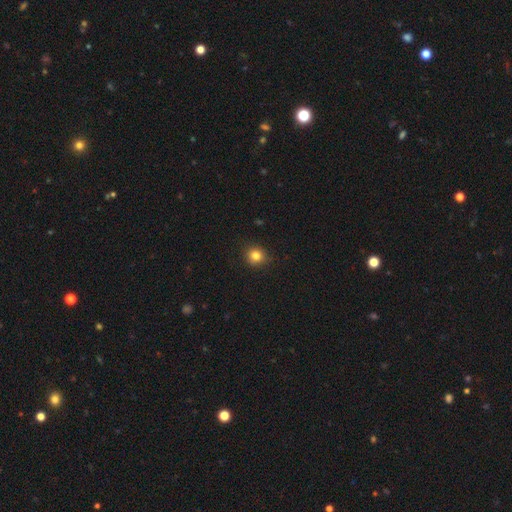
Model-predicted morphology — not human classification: Smooth or featured?
  - smooth: 82% *
  - star or artifact: 12%
  - featured or disk: 6%
How rounded?
  - round: 88% *
  - in between: 11%
  - cigar-shaped: 1%
Merging?
  - none: 89% *
  - minor disturbance: 8%
  - major disturbance: 2%
  - merger: 1%